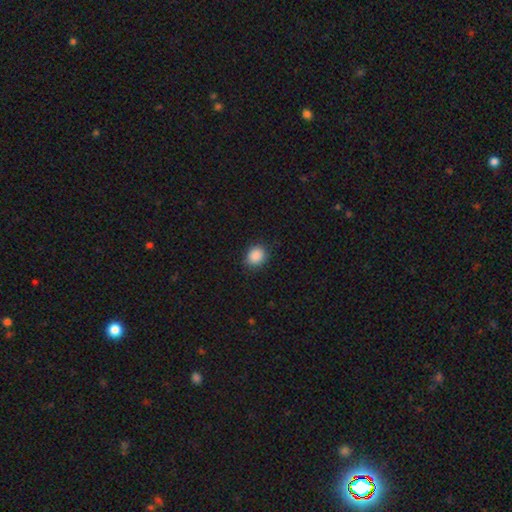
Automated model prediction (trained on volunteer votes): Smooth or featured: smooth — 88% (star or artifact — 9%)
How rounded: round — 61% (in between — 38%)
Merging: none — 86% (minor disturbance — 10%)